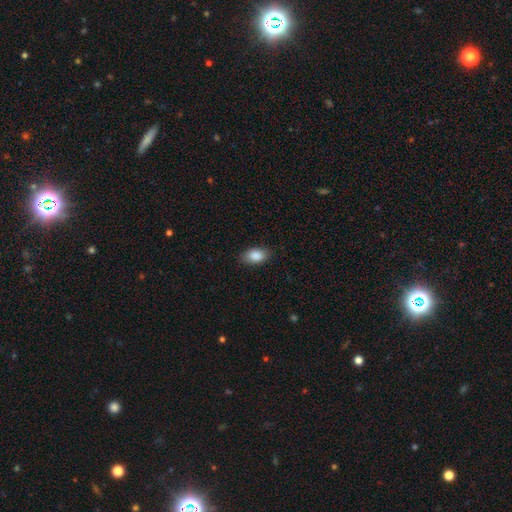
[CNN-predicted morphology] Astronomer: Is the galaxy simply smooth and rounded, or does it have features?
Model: smooth — 88%.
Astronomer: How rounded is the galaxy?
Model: in between — 90%.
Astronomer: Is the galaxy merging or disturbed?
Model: none — 86%.